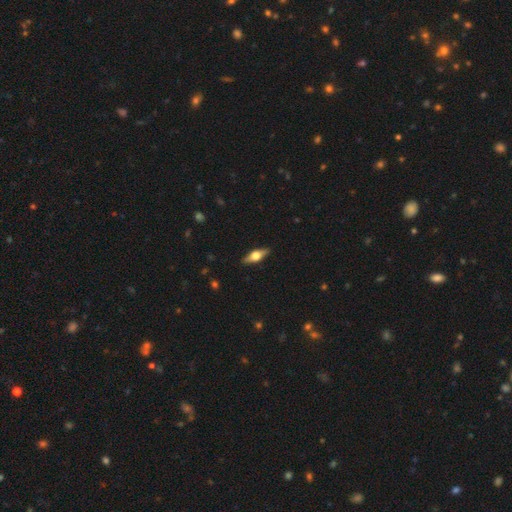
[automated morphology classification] Q: Smooth or featured?
A: featured or disk (53%); runner-up: smooth (40%)
Q: Edge-on disk?
A: yes (91%); runner-up: no (9%)
Q: Merging?
A: none (89%); runner-up: minor disturbance (8%)